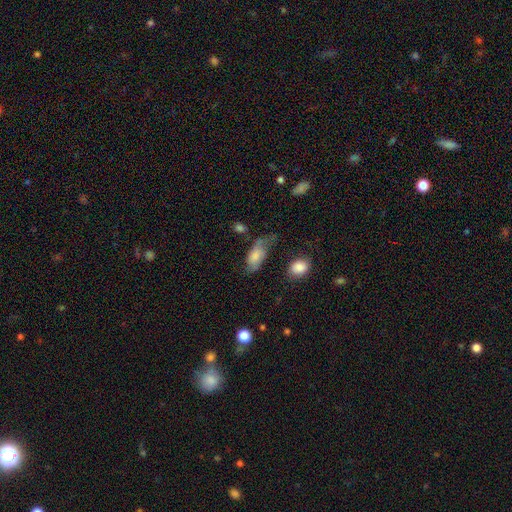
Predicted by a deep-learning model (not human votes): Smooth or featured? smooth (60%)
How rounded? in between (89%)
Merging? none (37%)